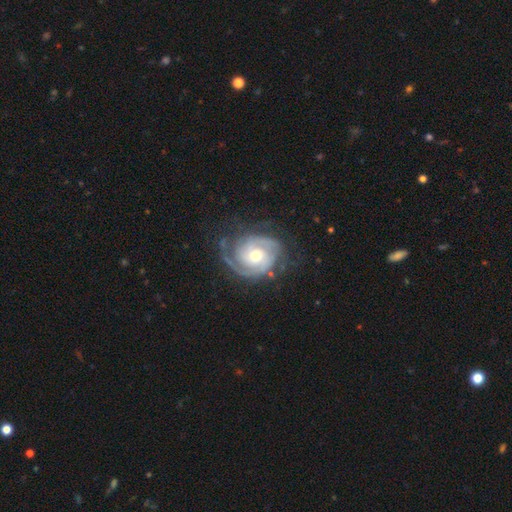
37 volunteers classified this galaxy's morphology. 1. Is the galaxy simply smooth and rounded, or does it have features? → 95% featured or disk, 3% smooth, 3% star or artifact.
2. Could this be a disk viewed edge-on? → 100% no, 0% yes.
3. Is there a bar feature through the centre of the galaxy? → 57% no, 40% weak, 3% strong.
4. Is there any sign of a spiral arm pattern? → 97% yes, 3% no.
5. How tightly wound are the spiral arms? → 65% tight, 35% medium, 0% loose.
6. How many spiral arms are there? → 65% 2, 15% 3, 12% 1, 3% 4, 3% more than 4, 3% can't tell.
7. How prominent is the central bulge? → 80% moderate, 17% small, 3% none, 0% dominant, 0% large.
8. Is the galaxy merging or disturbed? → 64% none, 28% minor disturbance, 8% major disturbance, 0% merger.